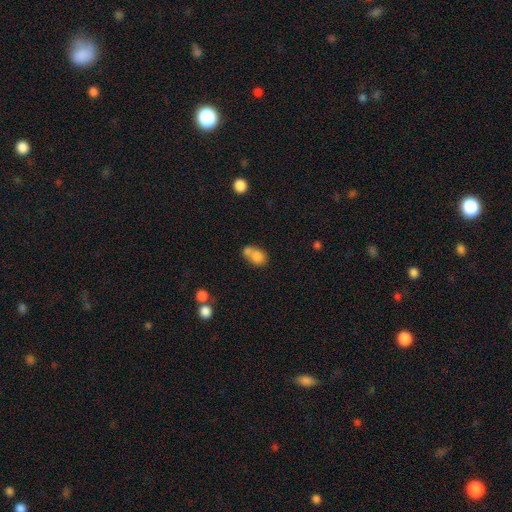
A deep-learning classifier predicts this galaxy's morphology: This appears to be a smooth galaxy with no disk features (78%) that is in between round and cigar-shaped (54%). Merging: merger (53%).